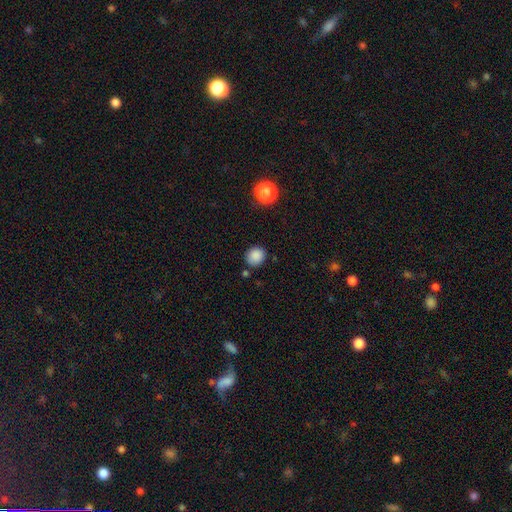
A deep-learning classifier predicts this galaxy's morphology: Smooth or featured: smooth — 86% (star or artifact — 10%)
How rounded: round — 79% (in between — 20%)
Merging: none — 82% (minor disturbance — 11%)